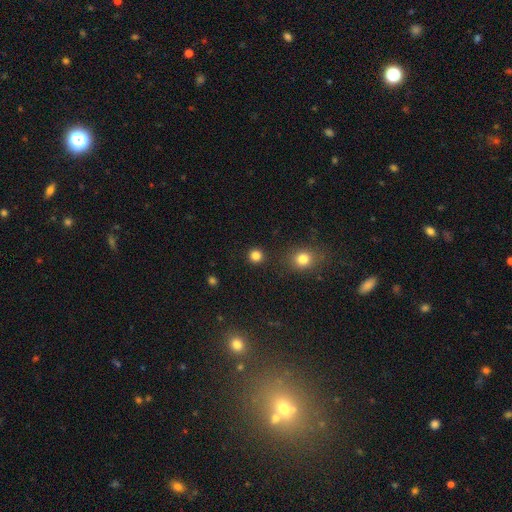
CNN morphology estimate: Q: Smooth or featured?
A: smooth (83%); runner-up: star or artifact (13%)
Q: How rounded?
A: round (94%); runner-up: in between (5%)
Q: Merging?
A: none (91%); runner-up: minor disturbance (5%)